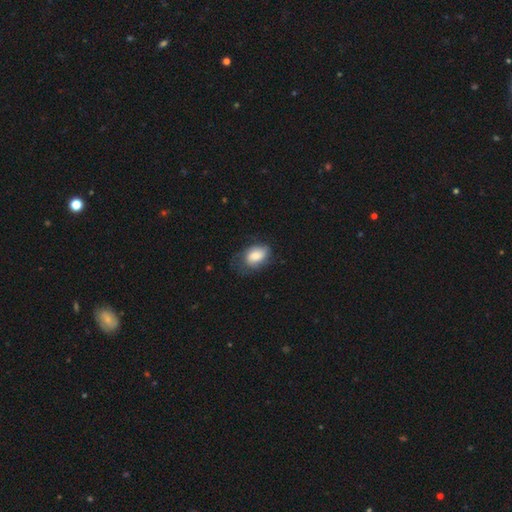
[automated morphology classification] smooth_or_featured: smooth (p=0.73) [alt: featured or disk p=0.20]
how_rounded: in between (p=0.84) [alt: round p=0.14]
merging: none (p=0.55) [alt: minor disturbance p=0.29]